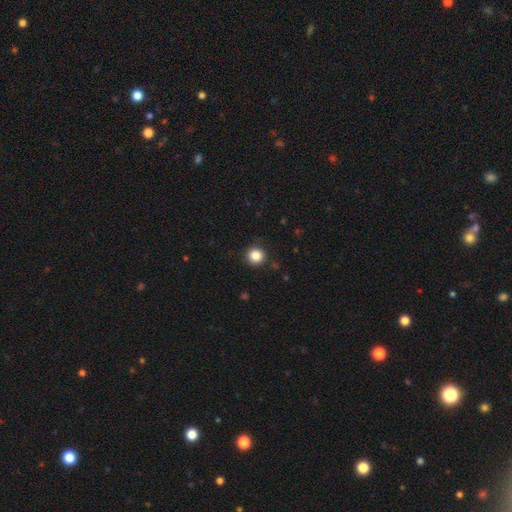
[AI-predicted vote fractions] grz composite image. It shows a smooth galaxy with no disk features (85%) that is round (94%). Merging: none (90%).